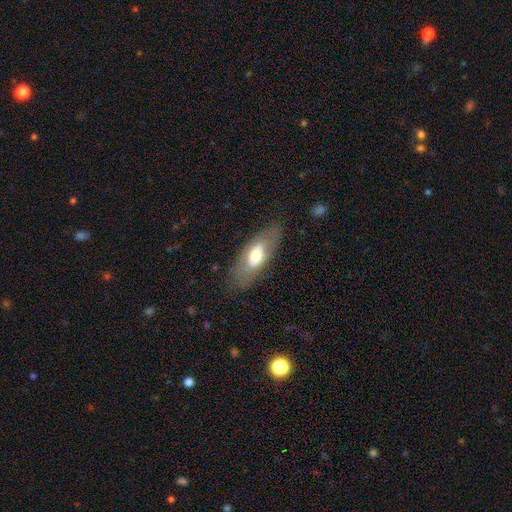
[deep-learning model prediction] Q: Smooth or featured?
A: smooth (57%); runner-up: featured or disk (36%)
Q: How rounded?
A: in between (76%); runner-up: cigar-shaped (21%)
Q: Merging?
A: none (76%); runner-up: minor disturbance (16%)